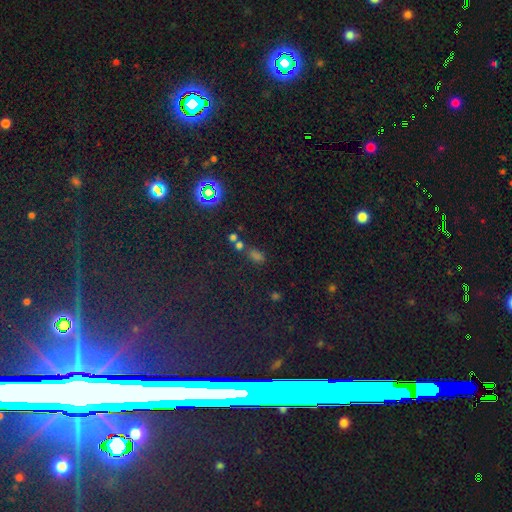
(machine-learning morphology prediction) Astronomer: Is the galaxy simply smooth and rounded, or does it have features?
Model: smooth — 46% (runner-up: star or artifact, 44%).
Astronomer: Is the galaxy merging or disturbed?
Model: none — 57%.